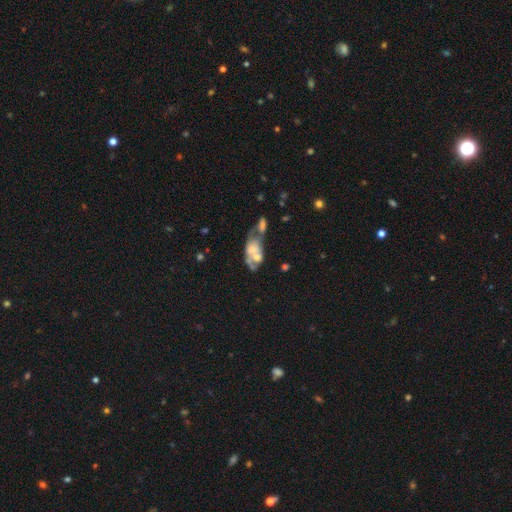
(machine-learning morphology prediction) This is possibly a featured or disk galaxy (53%). It is clearly not viewed edge-on (94%). Merging: possibly merger (55%).